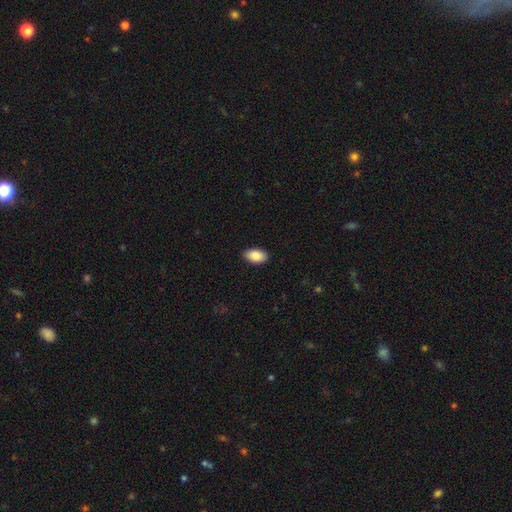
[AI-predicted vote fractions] smooth-or-featured: smooth: 88% | star or artifact: 7% | featured or disk: 5%
  how-rounded: in between: 94% | round: 4% | cigar-shaped: 2%
  merging: none: 89% | minor disturbance: 9% | major disturbance: 2% | merger: 1%